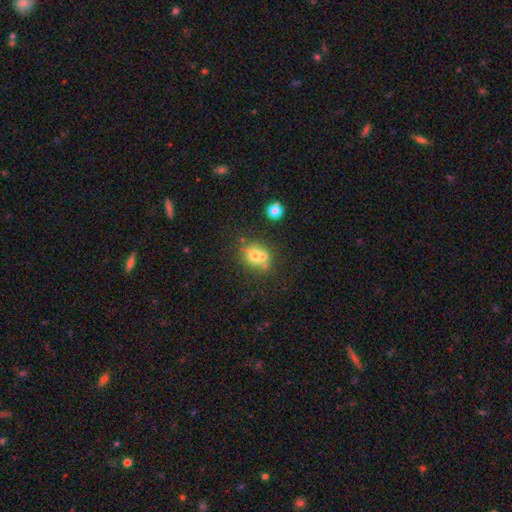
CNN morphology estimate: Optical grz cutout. It shows a smooth galaxy with no disk features (62%) that is round (66%). Merging: merger (44%).